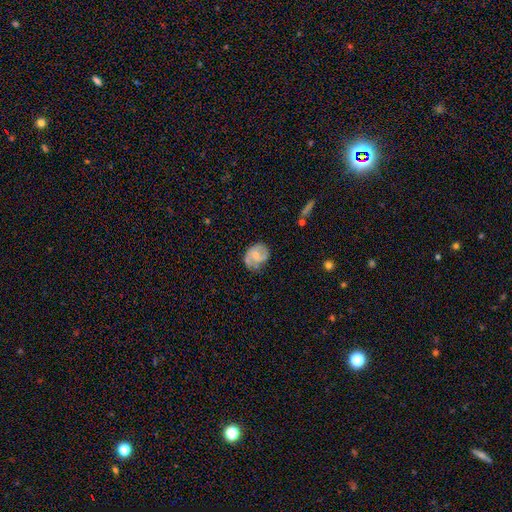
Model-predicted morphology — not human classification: type=featured or disk (60%); edge-on=no (98%); bar=weak (46%); spiral arms=yes (86%); winding=medium (47%); arm count=2 (73%); bulge=small (38%); merging=none (60%).